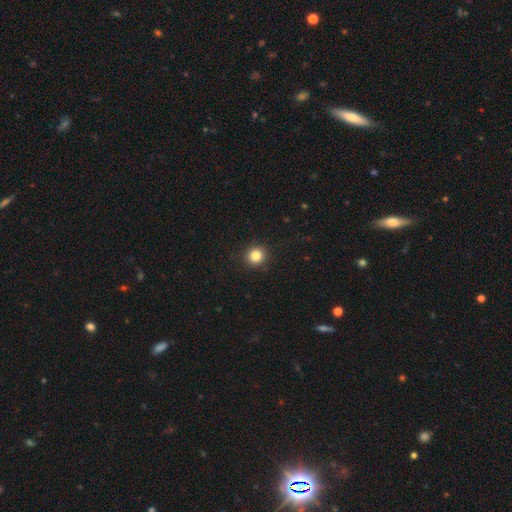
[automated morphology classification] Smooth or featured? Predicted: smooth (p=0.83). How rounded? Predicted: round (p=0.91). Merging? Predicted: none (p=0.91).